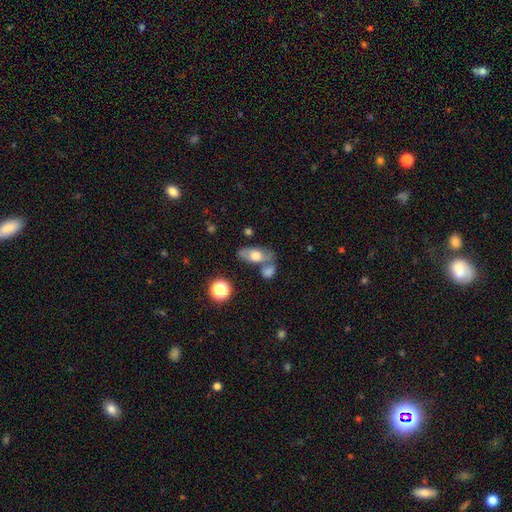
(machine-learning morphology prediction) Smooth or featured? Predicted: smooth (p=0.58). How rounded? Predicted: in between (p=0.85). Merging? Predicted: none (p=0.46).